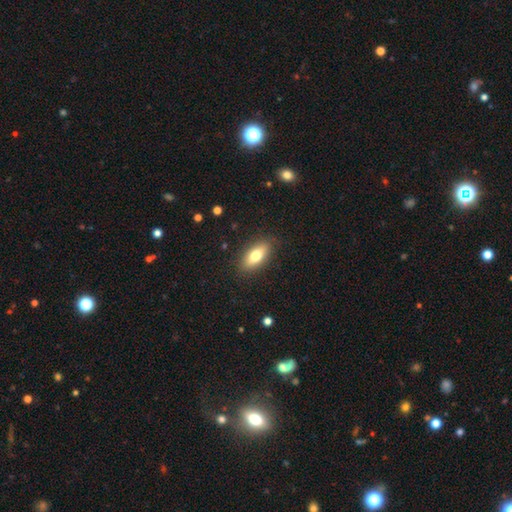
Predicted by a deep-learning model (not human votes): Smooth or featured: smooth — 72% (featured or disk — 21%)
How rounded: in between — 81% (cigar-shaped — 15%)
Merging: none — 87% (minor disturbance — 9%)